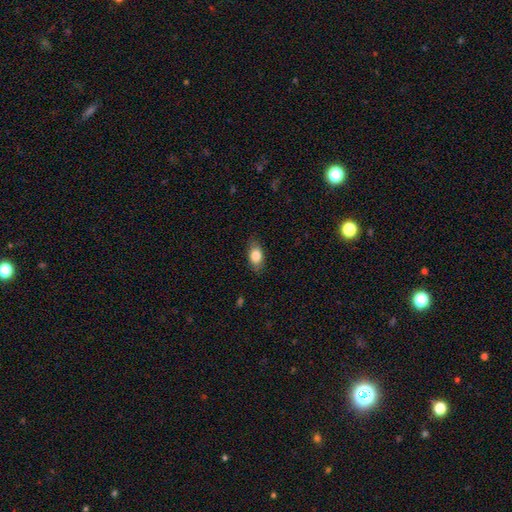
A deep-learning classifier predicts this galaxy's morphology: The model was most divided on "merging": none: 82%, minor disturbance: 14%, major disturbance: 3%, merger: 1%. More confident: how rounded — in between (87%); smooth or featured — smooth (82%).